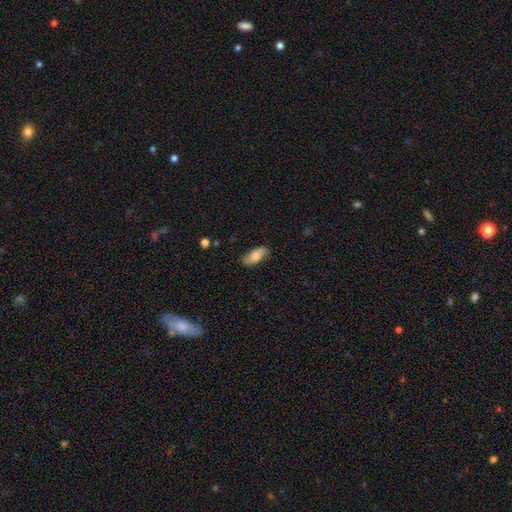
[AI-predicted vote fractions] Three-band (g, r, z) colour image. It shows a smooth galaxy with no disk features (67%) that is in between round and cigar-shaped (84%). Merging: none (79%).